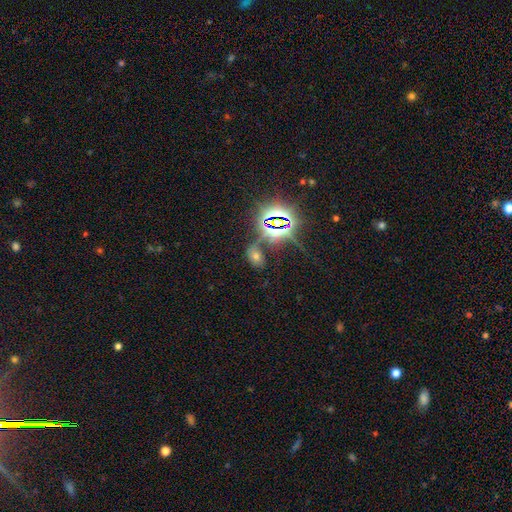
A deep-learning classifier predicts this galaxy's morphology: Smooth or featured: star or artifact — 56% (smooth — 31%)